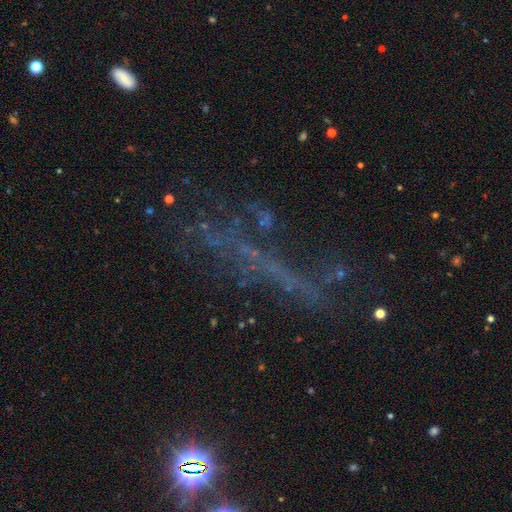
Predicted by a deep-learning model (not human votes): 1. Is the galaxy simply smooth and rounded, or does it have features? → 44% star or artifact, 34% featured or disk, 22% smooth.